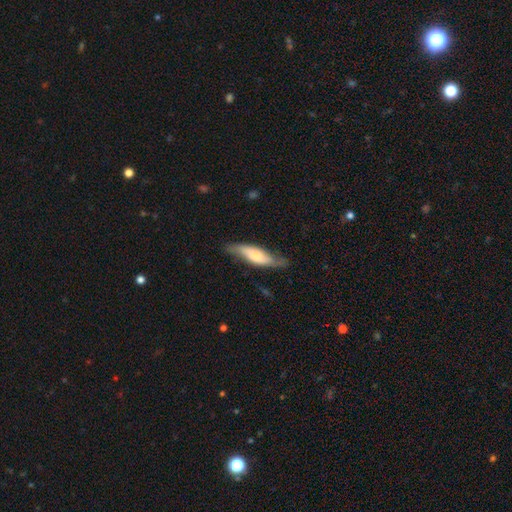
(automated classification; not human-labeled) Smooth or featured? Predicted: smooth (p=0.52). How rounded? Predicted: cigar-shaped (p=0.63). Merging? Predicted: none (p=0.70).